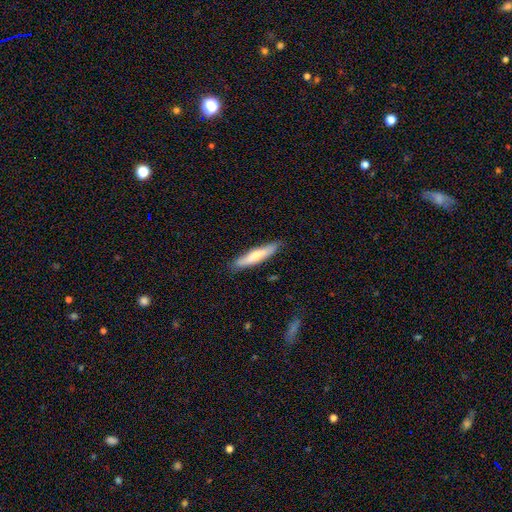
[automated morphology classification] Overall: smooth (67%; featured or disk 28%). How rounded: cigar-shaped (86%). Merging: none (85%).